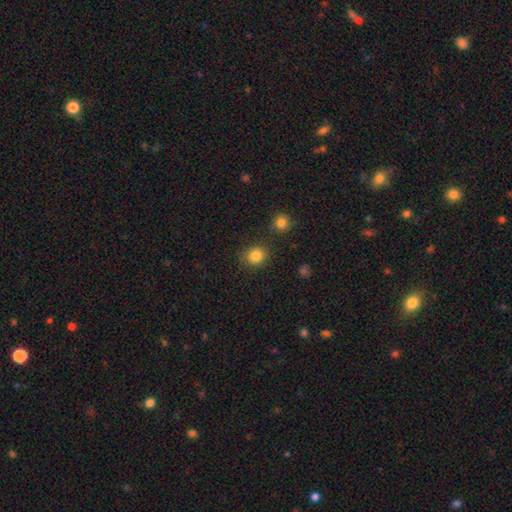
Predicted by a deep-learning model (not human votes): Smooth or featured? Predicted: smooth (p=0.84). How rounded? Predicted: round (p=0.80). Merging? Predicted: none (p=0.83).